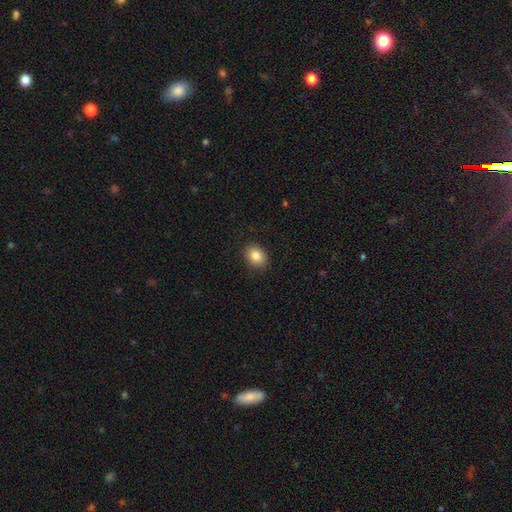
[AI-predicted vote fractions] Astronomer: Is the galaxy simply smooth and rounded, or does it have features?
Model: smooth — 85%.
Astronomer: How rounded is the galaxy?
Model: in between — 59% (runner-up: round, 40%).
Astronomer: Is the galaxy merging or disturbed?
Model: none — 89%.